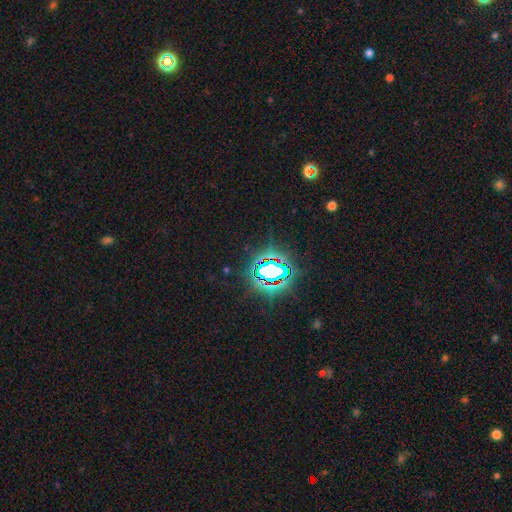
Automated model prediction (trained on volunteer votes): Smooth or featured? Predicted: star or artifact (p=0.81).